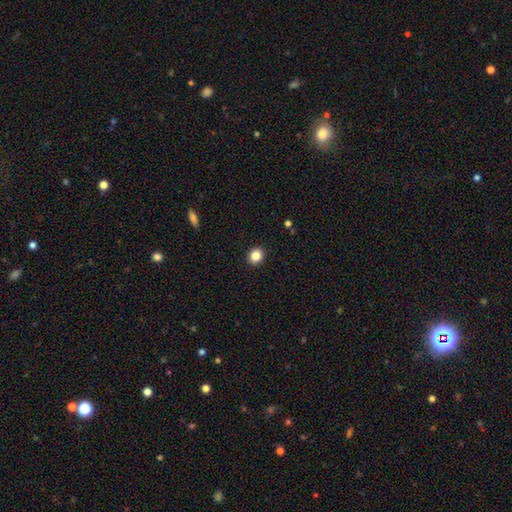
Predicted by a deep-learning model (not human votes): A smooth galaxy with no disk features (84%) that is round (73%). Merging: none (92%).